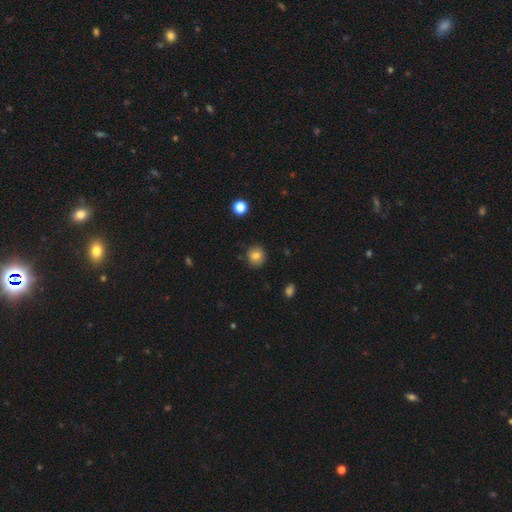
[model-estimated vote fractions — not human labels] A smooth galaxy with no disk features (81%) that is round (90%).

Vote fractions:
- Smooth or featured? smooth: 81% / star or artifact: 11% / featured or disk: 8%
- How rounded? round: 90% / in between: 9% / cigar-shaped: 1%
- Merging? none: 88% / minor disturbance: 9% / major disturbance: 2% / merger: 2%